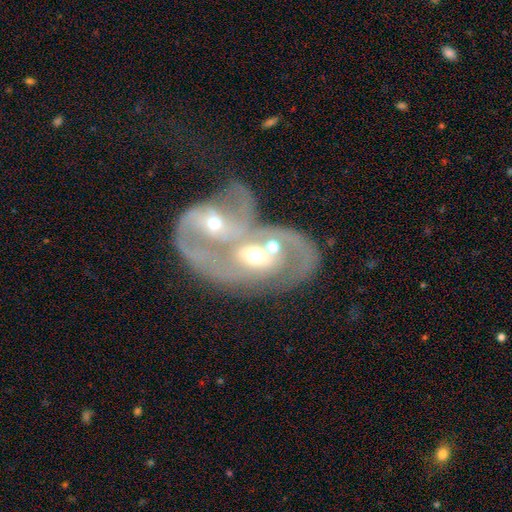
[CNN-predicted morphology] Smooth or featured? featured or disk (79%)
Edge-on disk? no (96%)
Bar? no (46%)
Spiral arms? yes (82%)
Spiral winding? medium (44%)
Spiral arm count? 2 (65%)
Bulge size? moderate (64%)
Merging? merger (80%)